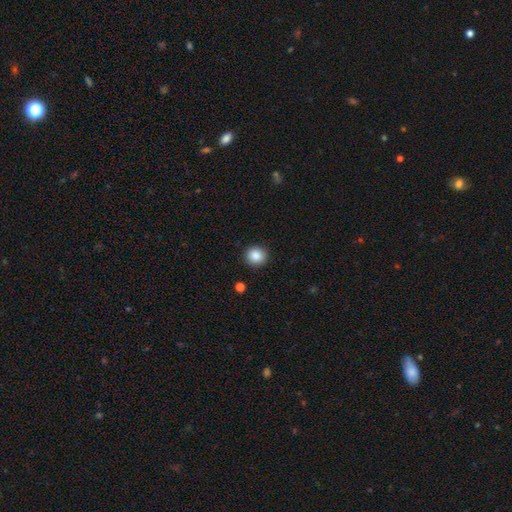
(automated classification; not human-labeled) smooth-or-featured: smooth: 87% | star or artifact: 9% | featured or disk: 4%
  how-rounded: round: 90% | in between: 9% | cigar-shaped: 1%
  merging: none: 91% | minor disturbance: 6% | major disturbance: 2% | merger: 1%